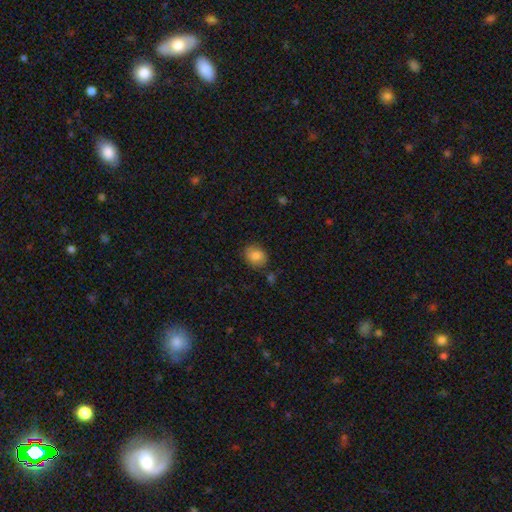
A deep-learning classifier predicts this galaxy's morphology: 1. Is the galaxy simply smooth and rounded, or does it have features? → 82% smooth, 9% featured or disk, 9% star or artifact.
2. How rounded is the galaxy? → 57% round, 42% in between, 1% cigar-shaped.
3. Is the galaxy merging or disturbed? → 80% none, 14% minor disturbance, 3% major disturbance, 3% merger.